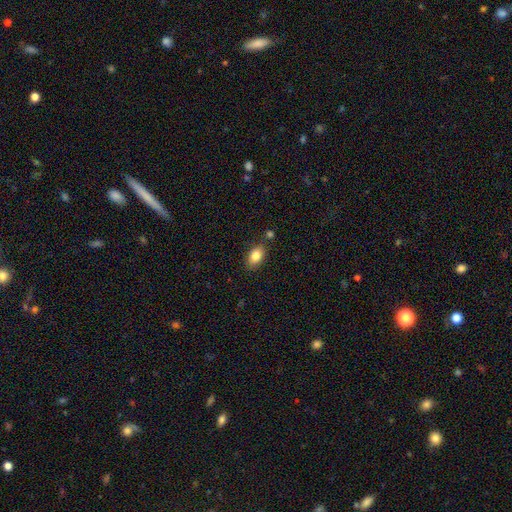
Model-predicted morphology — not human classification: Q: Smooth or featured?
A: smooth (84%); runner-up: star or artifact (8%)
Q: How rounded?
A: in between (89%); runner-up: round (9%)
Q: Merging?
A: none (79%); runner-up: minor disturbance (13%)